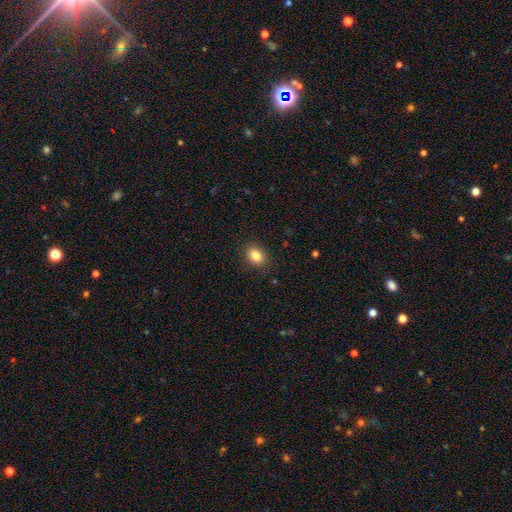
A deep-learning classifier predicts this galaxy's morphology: A smooth galaxy with no disk features (85%) that is in between round and cigar-shaped (61%). Merging: none (86%).